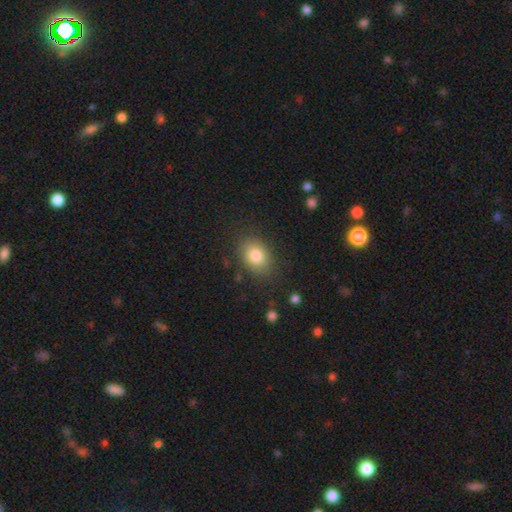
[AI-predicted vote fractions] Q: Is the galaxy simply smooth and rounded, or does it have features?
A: smooth — 82%.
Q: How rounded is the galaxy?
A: in between — 68%.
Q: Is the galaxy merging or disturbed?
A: none — 82%.